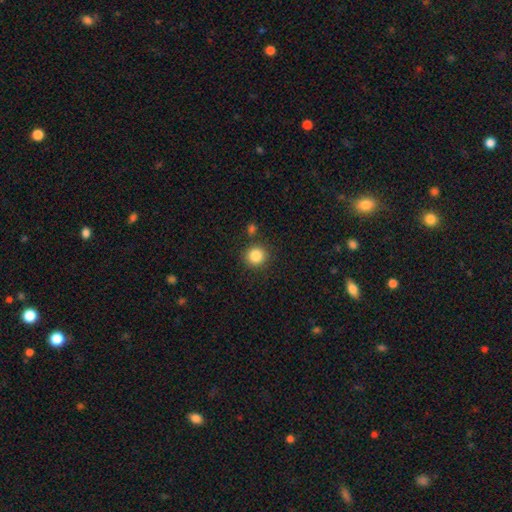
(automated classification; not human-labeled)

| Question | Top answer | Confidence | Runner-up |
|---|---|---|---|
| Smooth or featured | smooth | 85% | star or artifact (10%) |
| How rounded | round | 92% | in between (7%) |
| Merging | none | 85% | minor disturbance (7%) |